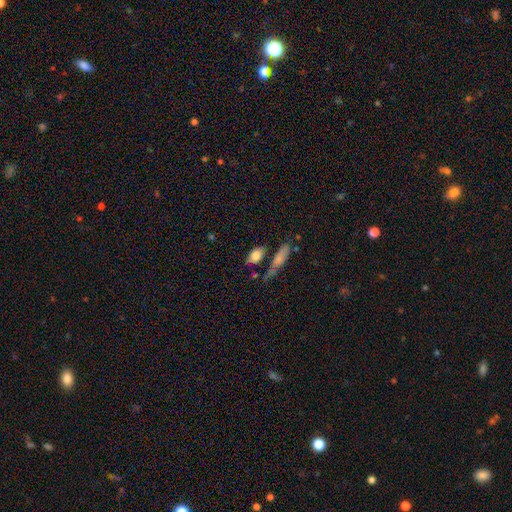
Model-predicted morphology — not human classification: Smooth or featured: smooth — 80% (featured or disk — 12%)
How rounded: in between — 79% (round — 11%)
Merging: none — 63% (minor disturbance — 17%)